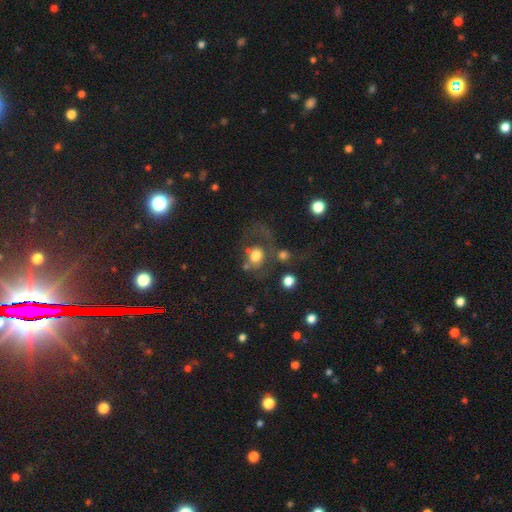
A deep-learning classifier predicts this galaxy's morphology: Overall: smooth (67%). How rounded: round (62%; in between 37%). Merging: major disturbance (33%; none 32%).